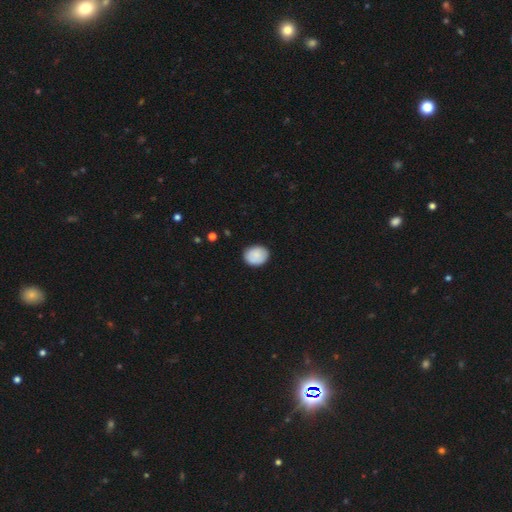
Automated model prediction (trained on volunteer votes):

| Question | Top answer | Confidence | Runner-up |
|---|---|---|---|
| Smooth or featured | smooth | 84% | featured or disk (9%) |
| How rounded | round | 50% | in between (49%) |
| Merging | none | 83% | minor disturbance (13%) |